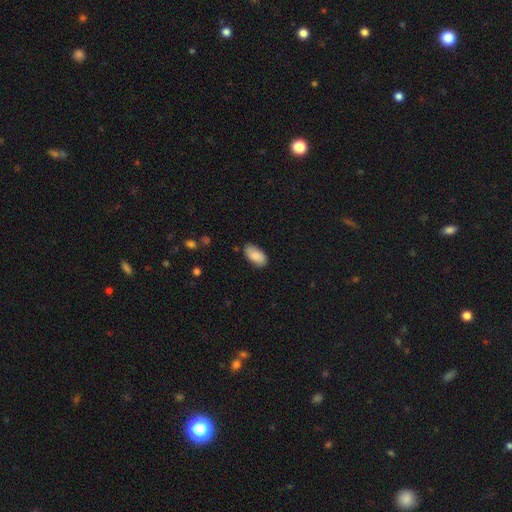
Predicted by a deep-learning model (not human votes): smooth_or_featured: smooth (p=0.86) [alt: featured or disk p=0.07]
how_rounded: in between (p=0.94) [alt: cigar-shaped p=0.03]
merging: none (p=0.81) [alt: minor disturbance p=0.15]